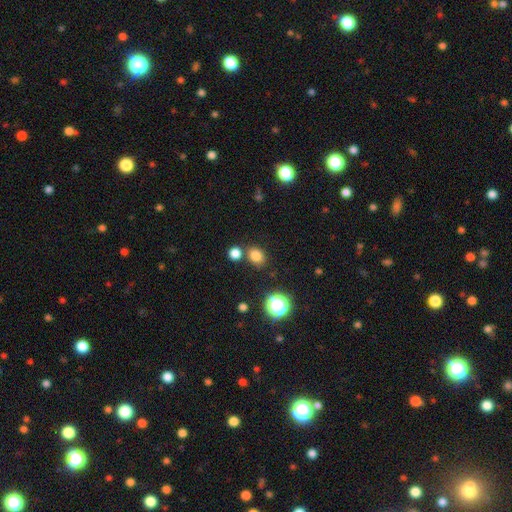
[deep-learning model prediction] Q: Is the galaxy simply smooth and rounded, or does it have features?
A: smooth — 79%.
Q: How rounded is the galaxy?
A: round — 55%.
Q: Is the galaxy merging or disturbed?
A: none — 73%.